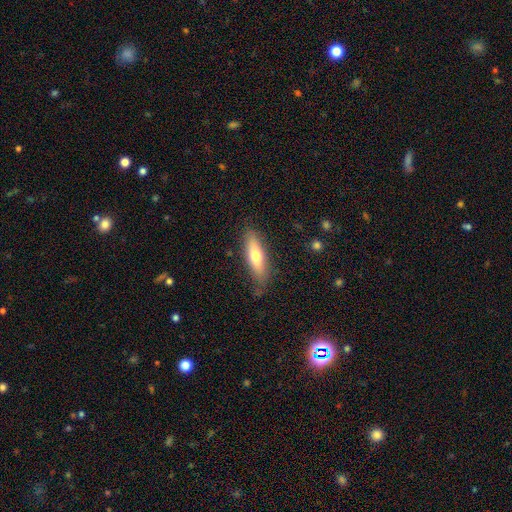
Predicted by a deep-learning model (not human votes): Overall: smooth (68%). How rounded: cigar-shaped (53%; in between 45%). Merging: none (78%).